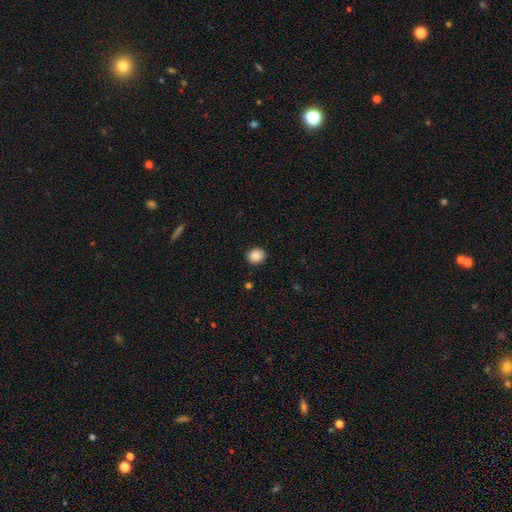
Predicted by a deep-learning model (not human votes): This is clearly a smooth galaxy (89%). How rounded: likely round (74%). Merging: clearly none (91%).